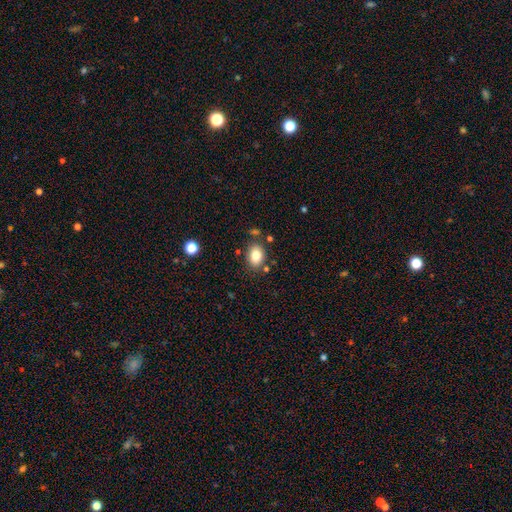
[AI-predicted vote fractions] This is clearly a smooth galaxy (84%). How rounded: likely in between (77%). Merging: likely none (78%).